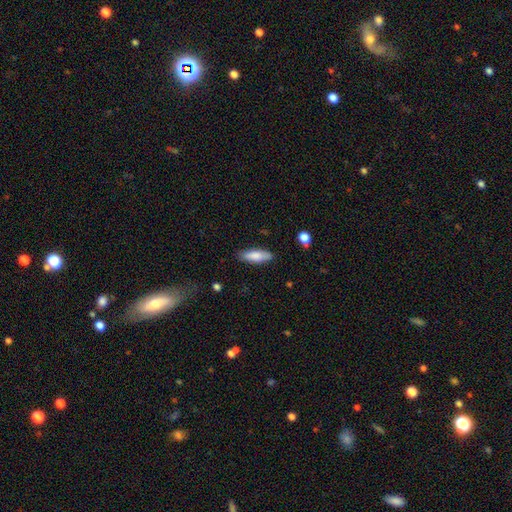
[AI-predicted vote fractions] smooth-or-featured: smooth: 82% | featured or disk: 12% | star or artifact: 6%
  how-rounded: in between: 54% | cigar-shaped: 44% | round: 2%
  merging: none: 85% | minor disturbance: 11% | major disturbance: 2% | merger: 1%